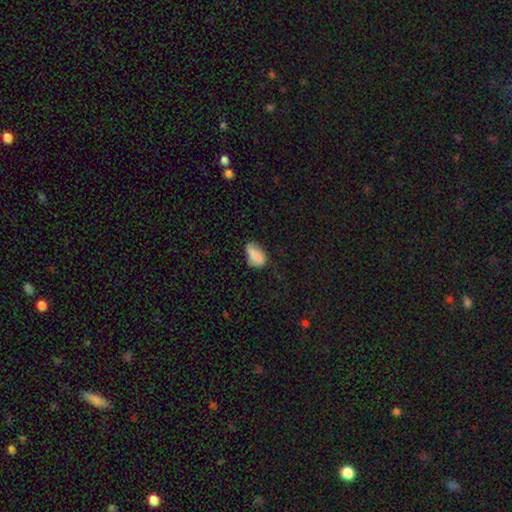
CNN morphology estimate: Smooth or featured?
  - smooth: 77% *
  - featured or disk: 15%
  - star or artifact: 9%
How rounded?
  - in between: 89% *
  - round: 8%
  - cigar-shaped: 3%
Merging?
  - none: 51% *
  - minor disturbance: 33%
  - major disturbance: 11%
  - merger: 4%